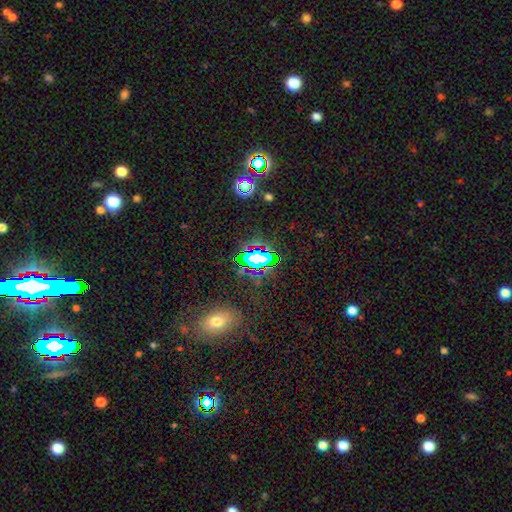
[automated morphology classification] Q: Smooth or featured?
A: star or artifact (66%); runner-up: smooth (21%)